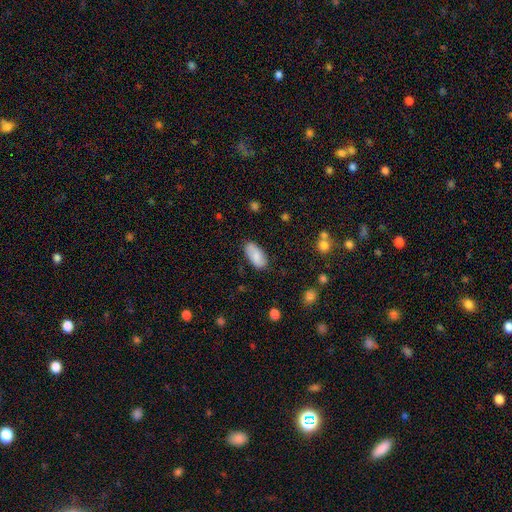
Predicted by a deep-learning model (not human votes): Q: Smooth or featured?
A: smooth (82%); runner-up: featured or disk (12%)
Q: How rounded?
A: in between (92%); runner-up: cigar-shaped (5%)
Q: Merging?
A: none (80%); runner-up: minor disturbance (15%)